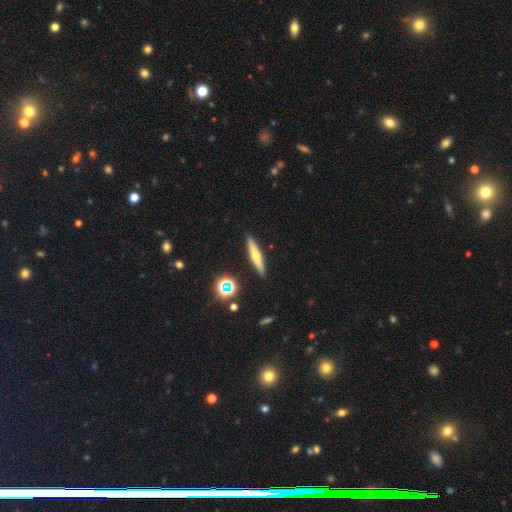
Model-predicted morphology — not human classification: Overall: featured or disk (46%; smooth 45%). Merging: none (89%).